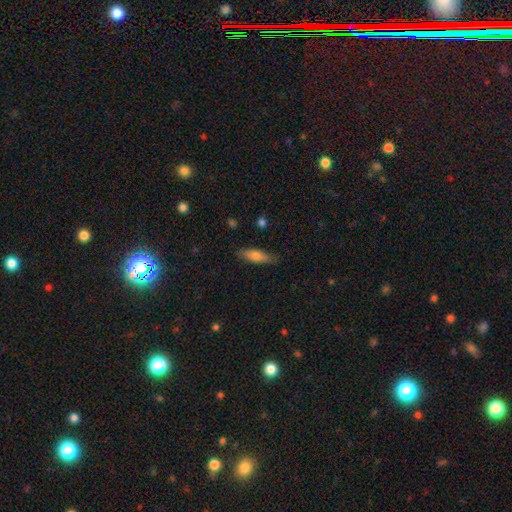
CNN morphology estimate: smooth 74%, featured or disk 20%, star or artifact 6%. Down the decision tree: how rounded — in between (53%); merging — none (82%).